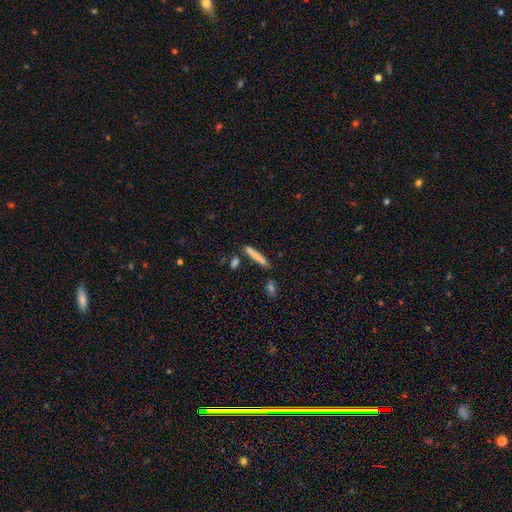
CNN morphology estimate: A smooth galaxy with no disk features (76%) that is cigar-shaped (90%). Merging: none (75%).